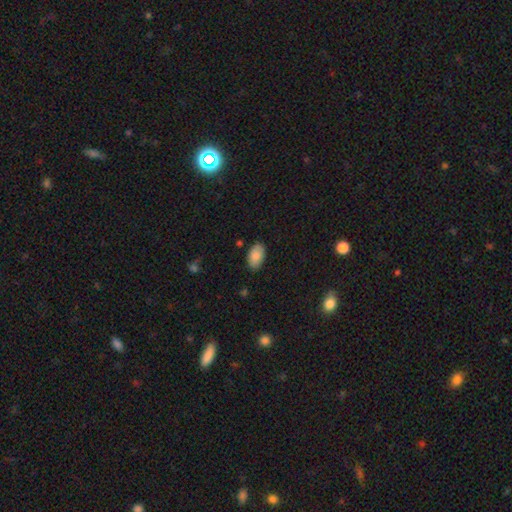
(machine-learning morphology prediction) This appears to be a smooth galaxy with no disk features (87%) that is in between round and cigar-shaped (94%). Merging: none (84%).